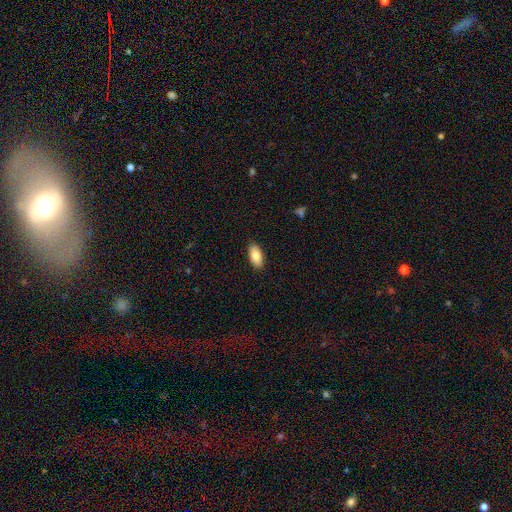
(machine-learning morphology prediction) Smooth or featured?
  - smooth: 85% *
  - featured or disk: 9%
  - star or artifact: 7%
How rounded?
  - in between: 92% *
  - cigar-shaped: 6%
  - round: 2%
Merging?
  - none: 89% *
  - minor disturbance: 8%
  - major disturbance: 2%
  - merger: 1%